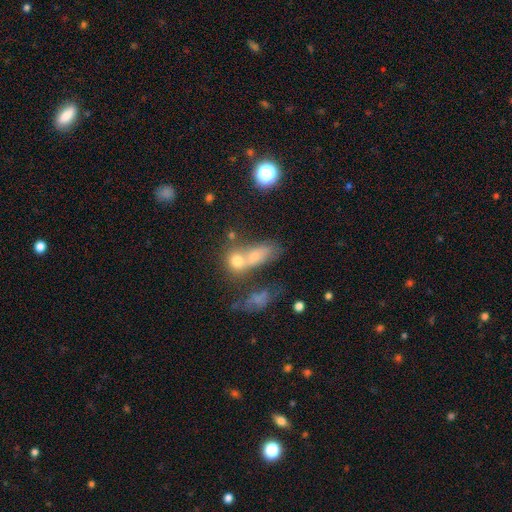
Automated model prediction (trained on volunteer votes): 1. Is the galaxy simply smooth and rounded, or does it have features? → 64% smooth, 19% featured or disk, 17% star or artifact.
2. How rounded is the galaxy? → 64% in between, 26% round, 10% cigar-shaped.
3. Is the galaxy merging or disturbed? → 58% merger, 24% none, 9% minor disturbance, 9% major disturbance.